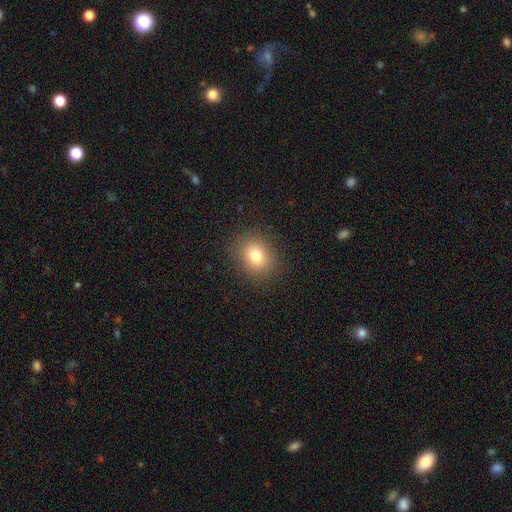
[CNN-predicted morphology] Smooth or featured: smooth — 79% (star or artifact — 13%)
How rounded: round — 59% (in between — 40%)
Merging: none — 88% (minor disturbance — 8%)